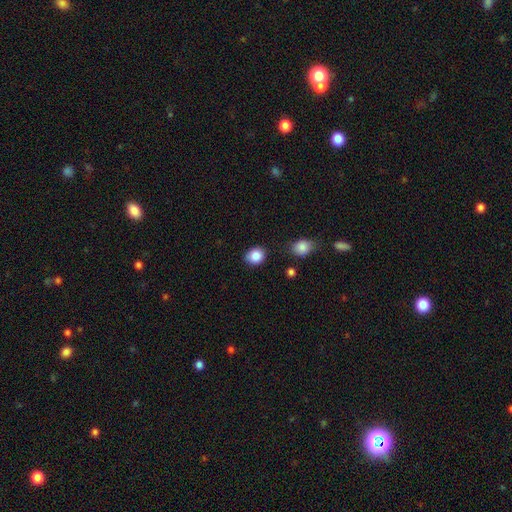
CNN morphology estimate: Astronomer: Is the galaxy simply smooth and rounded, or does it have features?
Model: smooth — 86%.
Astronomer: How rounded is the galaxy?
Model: round — 64%.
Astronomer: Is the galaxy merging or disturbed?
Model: none — 83%.